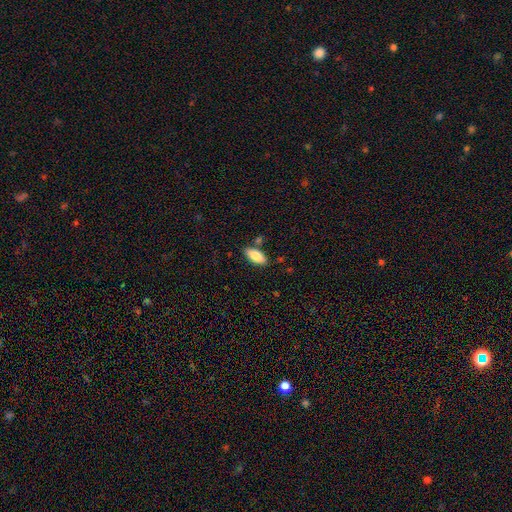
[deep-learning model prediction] smooth_or_featured: smooth (p=0.82) [alt: featured or disk p=0.11]
how_rounded: in between (p=0.85) [alt: cigar-shaped p=0.13]
merging: none (p=0.79) [alt: minor disturbance p=0.13]